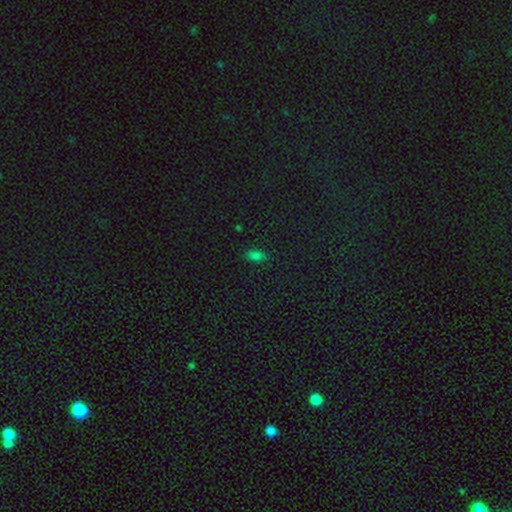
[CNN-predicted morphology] The model was most divided on "smooth or featured": smooth: 75%, star or artifact: 18%, featured or disk: 6%. More confident: how rounded — in between (88%); merging — none (83%).